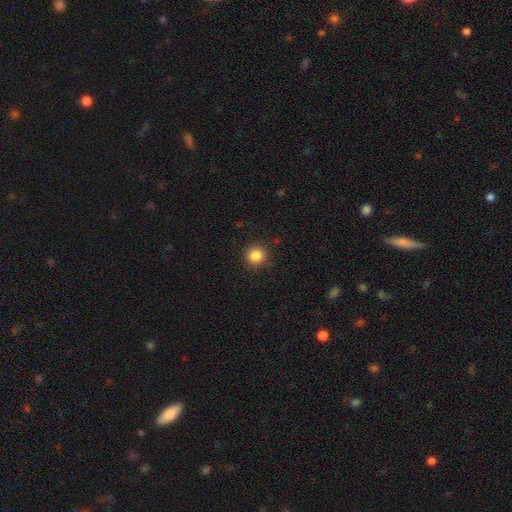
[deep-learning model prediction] The model was most divided on "smooth or featured": smooth: 85%, star or artifact: 11%, featured or disk: 4%. More confident: how rounded — round (94%); merging — none (90%).